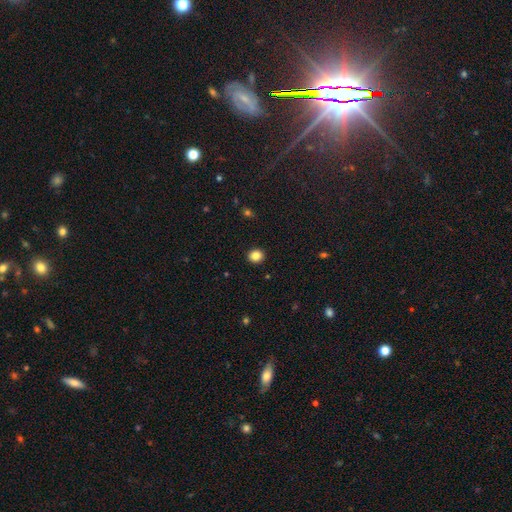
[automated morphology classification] Smooth or featured: smooth — 85% (star or artifact — 11%)
How rounded: round — 80% (in between — 19%)
Merging: none — 92% (minor disturbance — 5%)